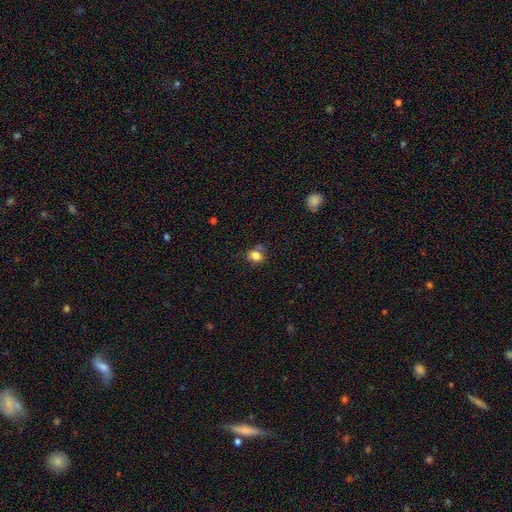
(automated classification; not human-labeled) Smooth or featured? Predicted: smooth (p=0.78). How rounded? Predicted: round (p=0.60). Merging? Predicted: none (p=0.62).